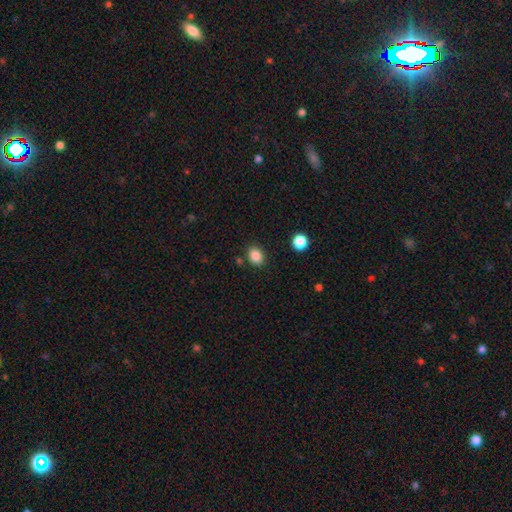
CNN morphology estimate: Smooth or featured: smooth — 86% (star or artifact — 10%)
How rounded: in between — 60% (round — 40%)
Merging: none — 83% (minor disturbance — 10%)